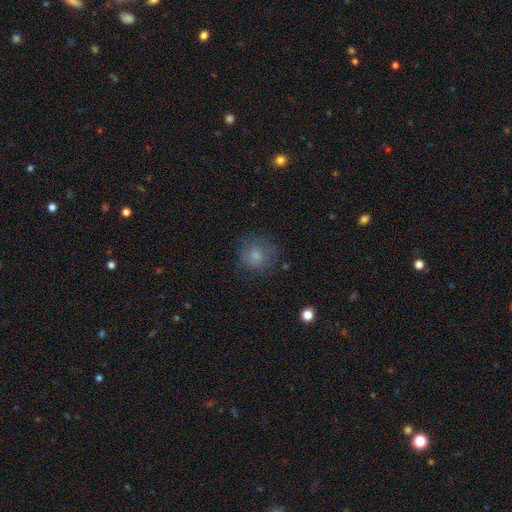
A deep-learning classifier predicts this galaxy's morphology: Smooth or featured?
  - smooth: 75% *
  - featured or disk: 15%
  - star or artifact: 10%
How rounded?
  - round: 86% *
  - in between: 14%
  - cigar-shaped: 1%
Merging?
  - none: 74% *
  - minor disturbance: 17%
  - major disturbance: 7%
  - merger: 1%